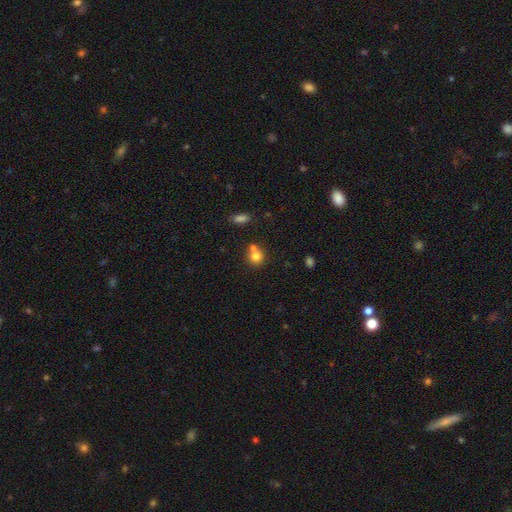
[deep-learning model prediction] The model was most divided on "merging": none: 51%, merger: 37%, minor disturbance: 9%, major disturbance: 3%. More confident: how rounded — round (85%); smooth or featured — smooth (77%).